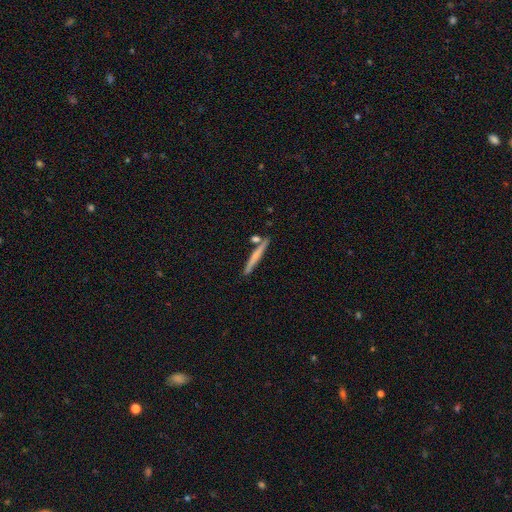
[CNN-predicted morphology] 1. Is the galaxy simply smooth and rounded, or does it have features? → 57% smooth, 38% featured or disk, 6% star or artifact.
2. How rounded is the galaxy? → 96% cigar-shaped, 3% in between, 2% round.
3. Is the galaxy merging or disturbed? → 81% none, 9% minor disturbance, 7% merger, 2% major disturbance.